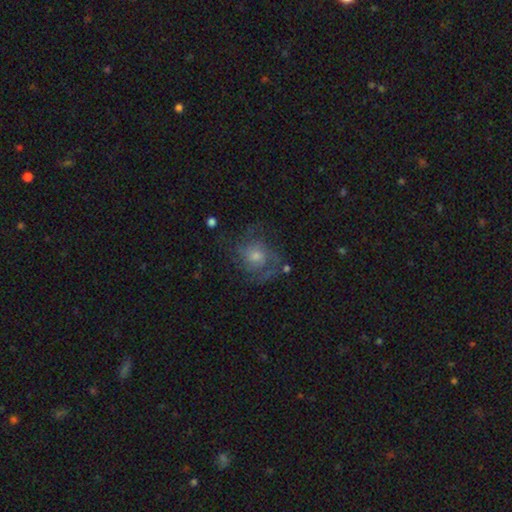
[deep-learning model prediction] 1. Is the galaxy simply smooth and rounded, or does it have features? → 68% featured or disk, 21% smooth, 11% star or artifact.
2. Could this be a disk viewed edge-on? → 97% no, 3% yes.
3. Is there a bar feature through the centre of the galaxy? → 76% no, 21% weak, 3% strong.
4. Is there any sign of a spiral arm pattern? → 88% yes, 12% no.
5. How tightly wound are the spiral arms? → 45% medium, 36% tight, 19% loose.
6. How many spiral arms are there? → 37% 2, 27% can't tell, 17% 3, 9% 1, 5% 4, 4% more than 4.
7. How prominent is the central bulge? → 50% moderate, 38% small, 7% large, 3% none, 1% dominant.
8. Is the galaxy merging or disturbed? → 63% none, 18% minor disturbance, 17% major disturbance, 2% merger.